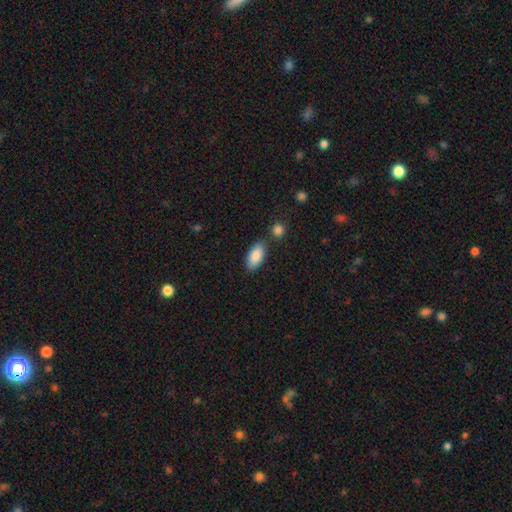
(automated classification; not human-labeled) A smooth galaxy with no disk features (87%) that is in between round and cigar-shaped (91%).

Vote fractions:
- Smooth or featured? smooth: 87% / featured or disk: 7% / star or artifact: 6%
- How rounded? in between: 91% / cigar-shaped: 6% / round: 3%
- Merging? none: 75% / minor disturbance: 13% / merger: 10% / major disturbance: 3%